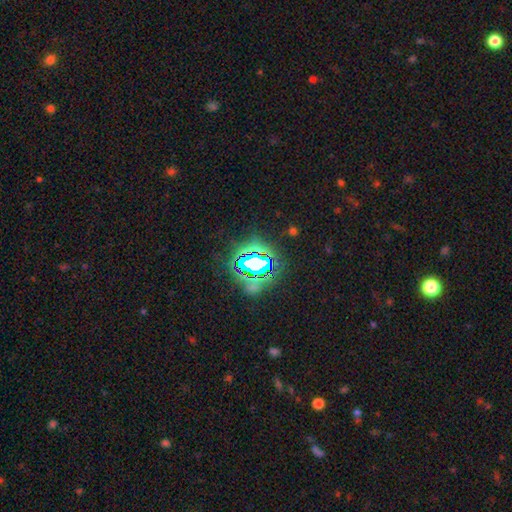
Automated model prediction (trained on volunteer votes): This appears to be a star or artifact, not a galaxy (71%).